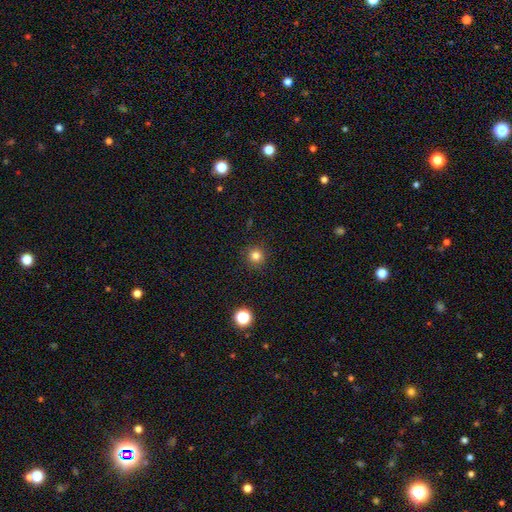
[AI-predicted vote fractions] Overall: smooth (81%). How rounded: round (95%). Merging: none (92%).